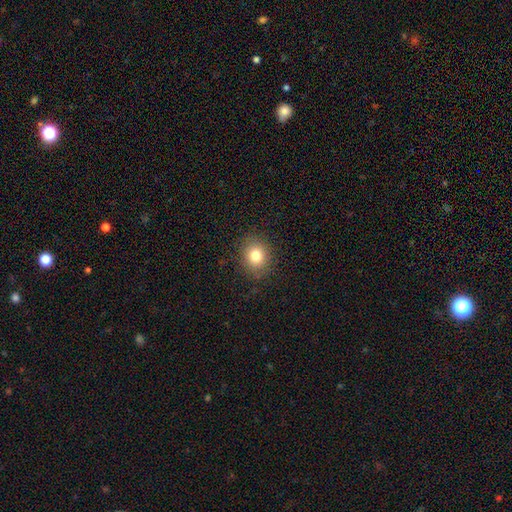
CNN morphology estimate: A smooth galaxy with no disk features (79%) that is round (70%).

Vote fractions:
- Smooth or featured? smooth: 79% / star or artifact: 12% / featured or disk: 9%
- How rounded? round: 70% / in between: 30% / cigar-shaped: 1%
- Merging? none: 87% / minor disturbance: 9% / major disturbance: 3% / merger: 1%